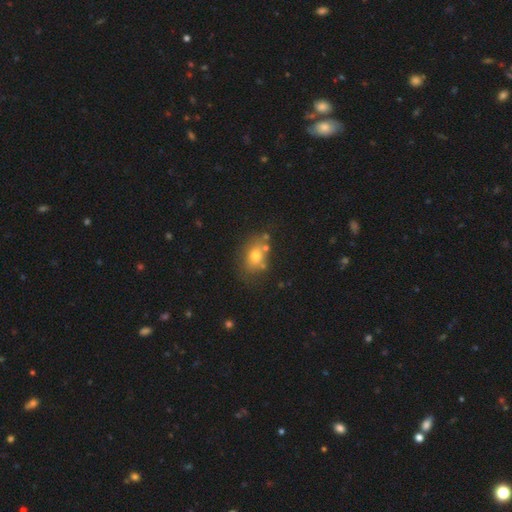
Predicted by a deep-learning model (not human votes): Morphology: type=smooth (71%); roundness=in between (63%); merging=none (61%).